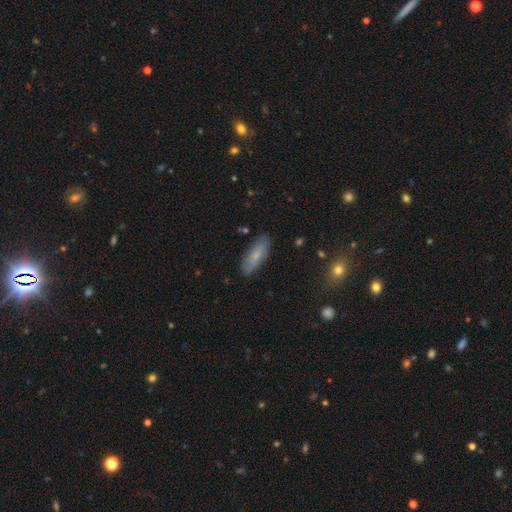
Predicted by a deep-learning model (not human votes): Morphology: type=smooth (75%); roundness=in between (62%); merging=none (85%).